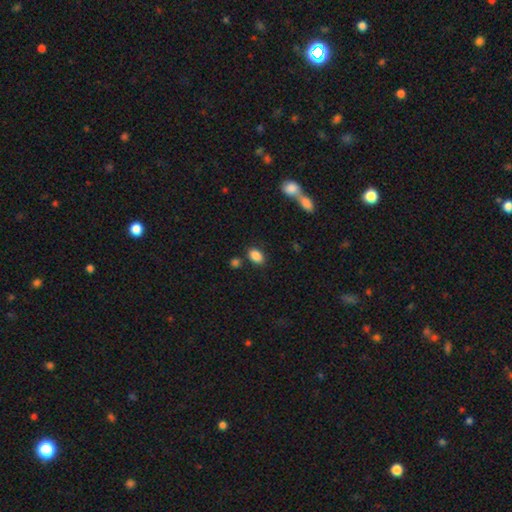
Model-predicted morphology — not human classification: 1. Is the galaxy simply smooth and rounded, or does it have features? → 87% smooth, 9% star or artifact, 4% featured or disk.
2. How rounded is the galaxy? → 84% in between, 14% round, 2% cigar-shaped.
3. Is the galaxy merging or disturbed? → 76% none, 12% minor disturbance, 9% merger, 4% major disturbance.